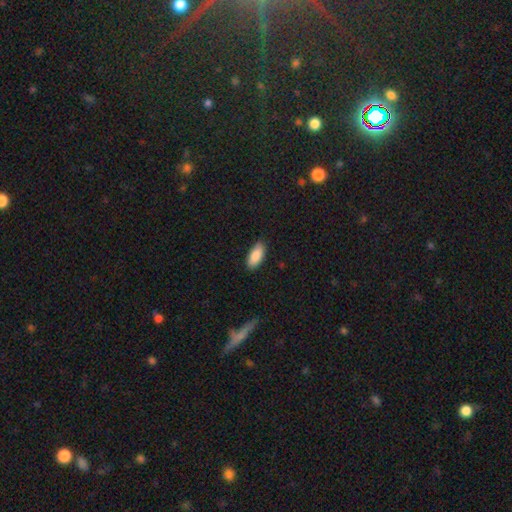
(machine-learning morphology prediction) This is clearly a smooth galaxy (88%). How rounded: clearly in between (89%). Merging: clearly none (85%).